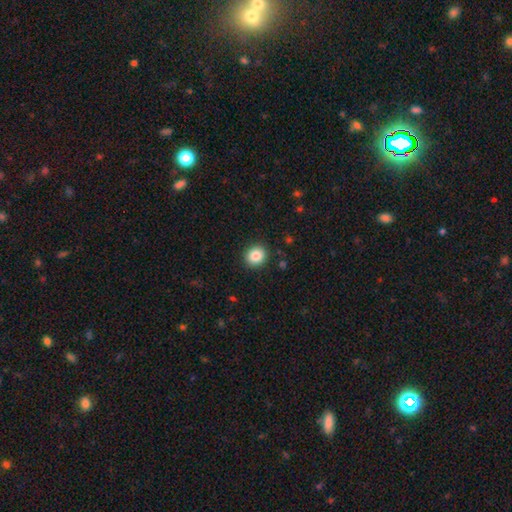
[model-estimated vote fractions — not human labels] Morphology: type=smooth (85%); roundness=round (81%); merging=none (91%).